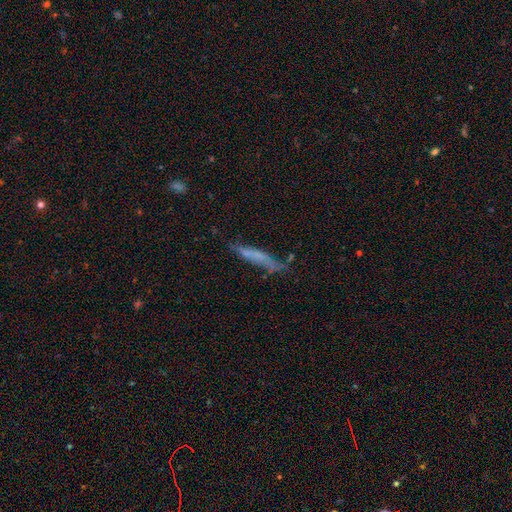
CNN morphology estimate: Smooth or featured? smooth (51%)
How rounded? cigar-shaped (91%)
Merging? none (58%)